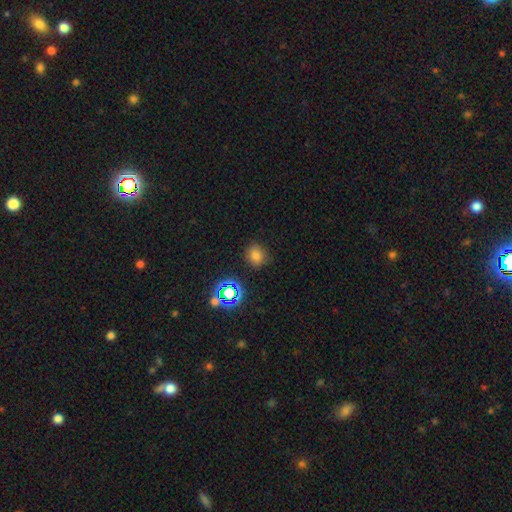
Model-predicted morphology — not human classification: Smooth or featured? smooth (71%)
How rounded? round (70%)
Merging? none (84%)